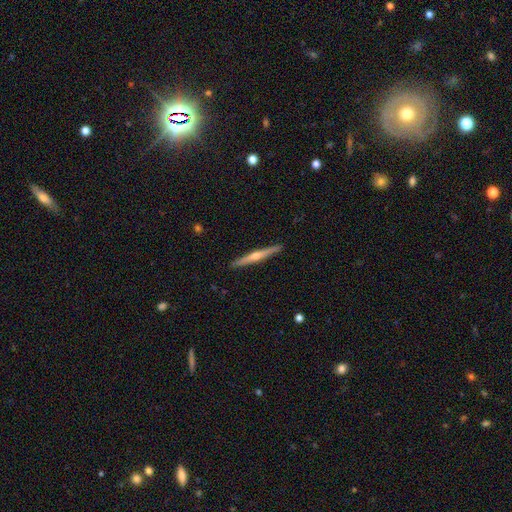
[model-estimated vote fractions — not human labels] A featured or disk galaxy (73%) viewed edge-on (98%) with a rounded central bulge (84%).

Vote fractions:
- Smooth or featured? featured or disk: 73% / smooth: 21% / star or artifact: 6%
- Edge-on disk? yes: 98% / no: 2%
- Edge-on bulge? rounded: 84% / none: 11% / boxy: 5%
- Merging? none: 92% / minor disturbance: 6% / major disturbance: 1% / merger: 1%